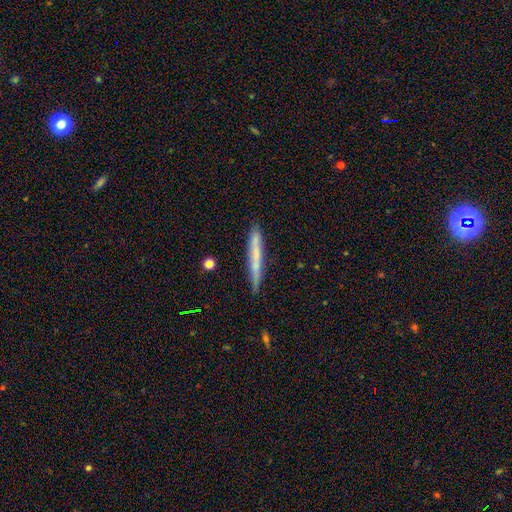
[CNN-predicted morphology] Smooth or featured? smooth (56%)
How rounded? cigar-shaped (96%)
Merging? none (85%)